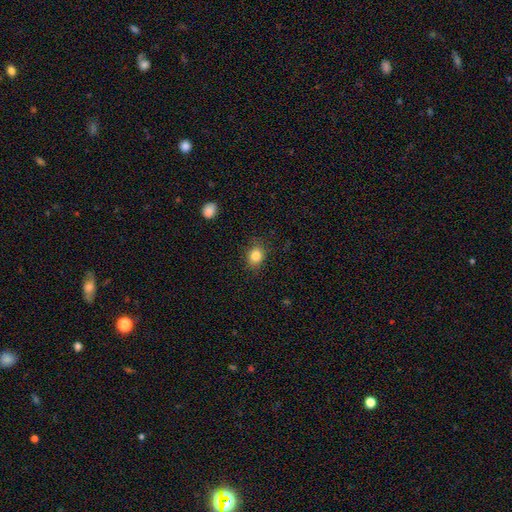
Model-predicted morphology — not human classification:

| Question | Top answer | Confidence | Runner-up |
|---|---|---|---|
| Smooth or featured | smooth | 84% | star or artifact (10%) |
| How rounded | round | 60% | in between (39%) |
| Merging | none | 83% | minor disturbance (12%) |